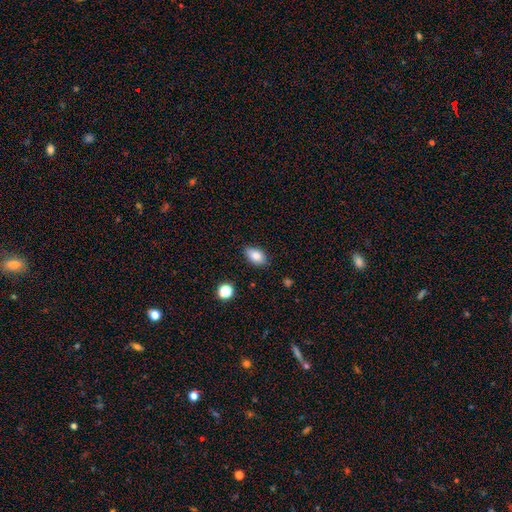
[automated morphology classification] smooth_or_featured: smooth (p=0.83) [alt: featured or disk p=0.09]
how_rounded: in between (p=0.89) [alt: round p=0.09]
merging: none (p=0.84) [alt: minor disturbance p=0.12]